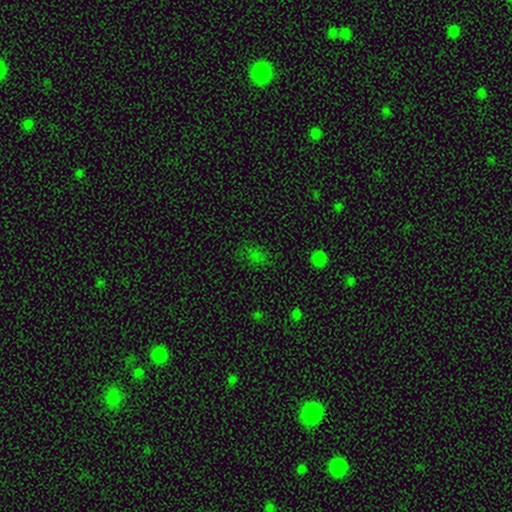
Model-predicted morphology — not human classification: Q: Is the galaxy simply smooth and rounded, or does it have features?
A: smooth — 57%.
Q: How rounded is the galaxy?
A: in between — 57%.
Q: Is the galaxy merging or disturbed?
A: none — 75%.